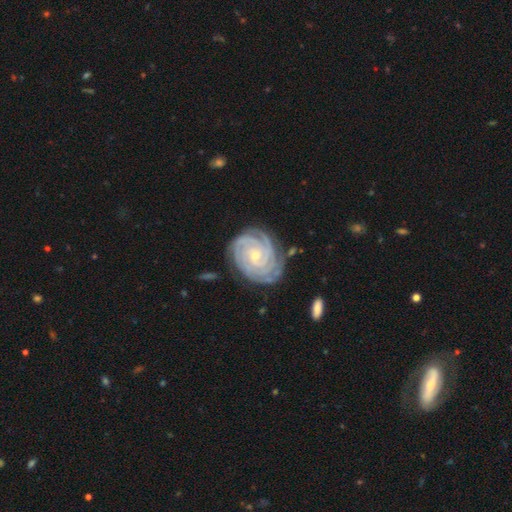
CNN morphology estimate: smooth_or_featured: featured or disk (p=0.92) [alt: star or artifact p=0.04]
disk_edge_on: no (p=0.98) [alt: yes p=0.02]
bar: no (p=0.70) [alt: weak p=0.22]
has_spiral_arms: yes (p=0.99) [alt: no p=0.01]
spiral_winding: tight (p=0.87) [alt: medium p=0.11]
spiral_arm_count: 4 (p=0.32) [alt: 3 p=0.26]
bulge_size: small (p=0.70) [alt: moderate p=0.27]
merging: none (p=0.77) [alt: minor disturbance p=0.17]